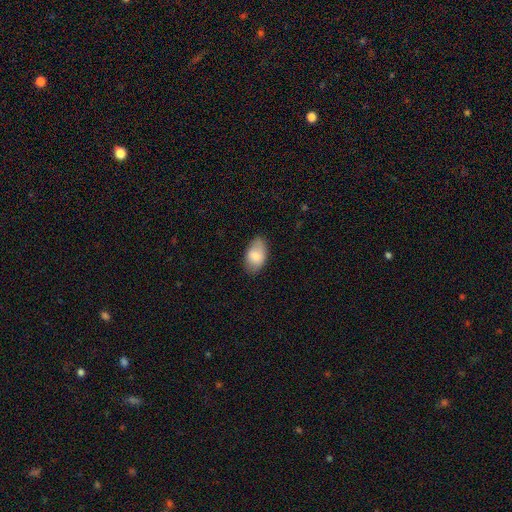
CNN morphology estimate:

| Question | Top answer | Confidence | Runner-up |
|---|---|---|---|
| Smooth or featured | smooth | 80% | featured or disk (13%) |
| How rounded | in between | 92% | round (7%) |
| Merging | none | 74% | minor disturbance (21%) |